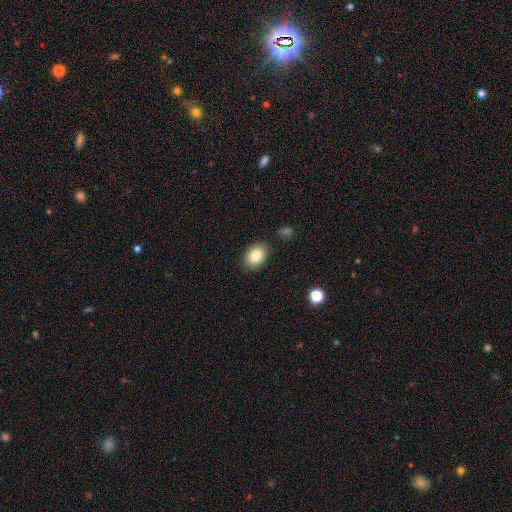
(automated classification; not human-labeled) smooth-or-featured: smooth: 83% | featured or disk: 9% | star or artifact: 8%
  how-rounded: in between: 76% | round: 23% | cigar-shaped: 1%
  merging: none: 85% | minor disturbance: 11% | major disturbance: 3% | merger: 2%